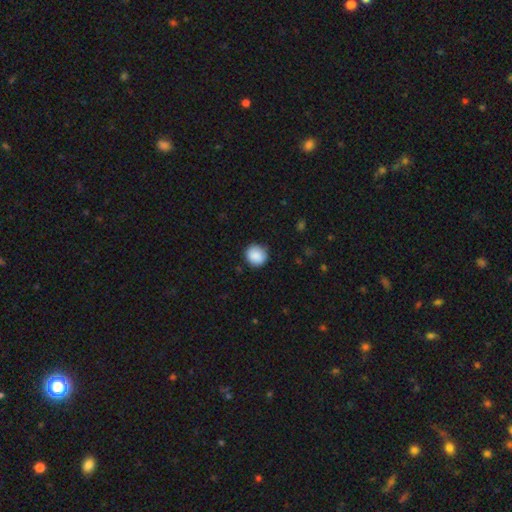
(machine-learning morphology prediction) Q: Smooth or featured?
A: smooth (88%); runner-up: star or artifact (8%)
Q: How rounded?
A: round (90%); runner-up: in between (9%)
Q: Merging?
A: none (87%); runner-up: minor disturbance (10%)